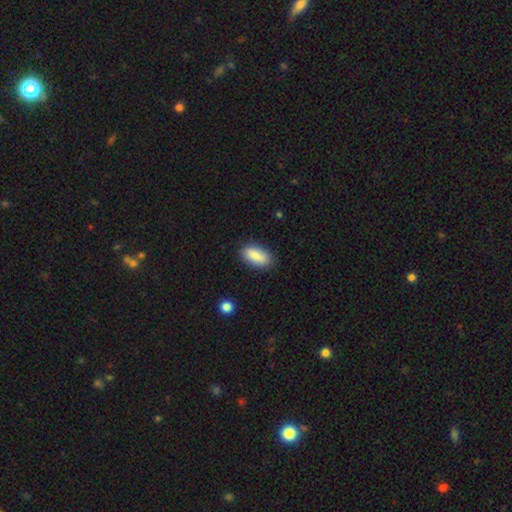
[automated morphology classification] smooth-or-featured: smooth: 87% | featured or disk: 7% | star or artifact: 6%
  how-rounded: in between: 88% | cigar-shaped: 9% | round: 3%
  merging: none: 84% | minor disturbance: 12% | major disturbance: 3% | merger: 1%